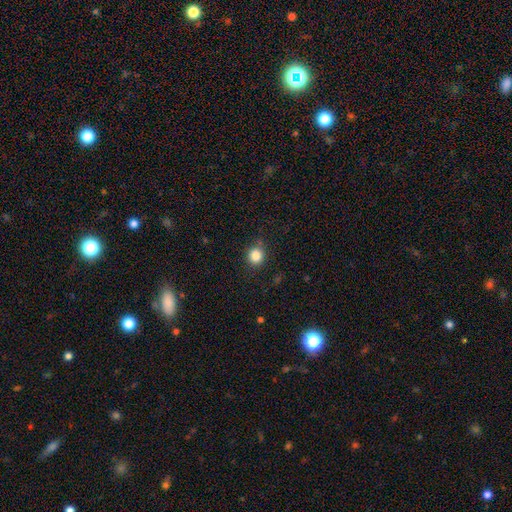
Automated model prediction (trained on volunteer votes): A smooth galaxy with no disk features (84%) that is round (87%). Merging: none (84%).